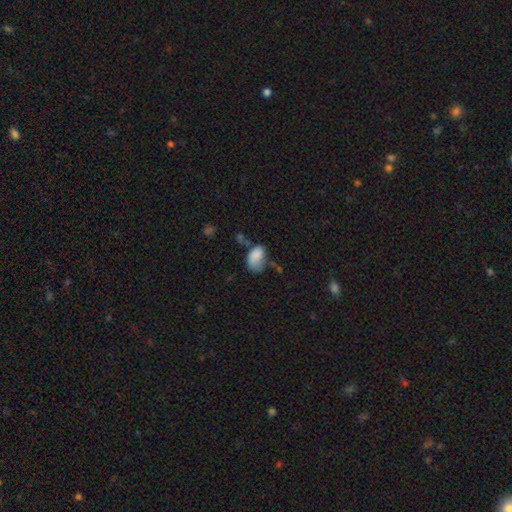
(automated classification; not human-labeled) Smooth or featured?
  - smooth: 79% *
  - featured or disk: 12%
  - star or artifact: 9%
How rounded?
  - in between: 88% *
  - round: 11%
  - cigar-shaped: 1%
Merging?
  - none: 31% * (tied)
  - minor disturbance: 31% * (tied)
  - major disturbance: 26%
  - merger: 13%